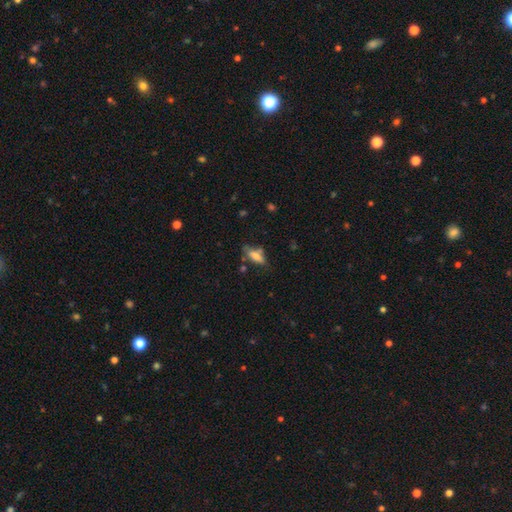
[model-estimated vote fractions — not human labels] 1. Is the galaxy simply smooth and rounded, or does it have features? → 66% smooth, 25% featured or disk, 9% star or artifact.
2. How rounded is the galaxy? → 68% in between, 29% cigar-shaped, 3% round.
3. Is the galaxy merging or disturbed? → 55% none, 26% minor disturbance, 10% merger, 9% major disturbance.